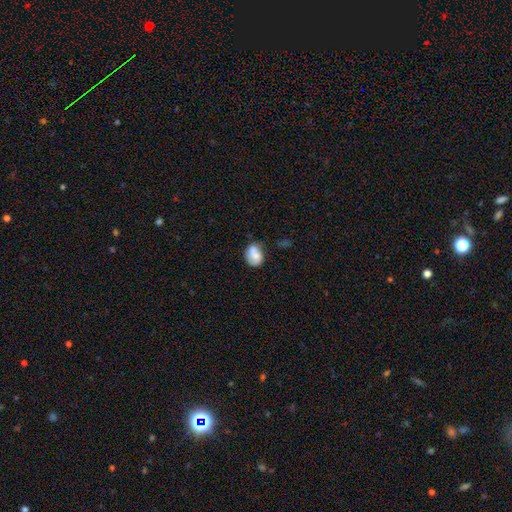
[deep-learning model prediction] Smooth or featured? Predicted: smooth (p=0.66). How rounded? Predicted: in between (p=0.54). Merging? Predicted: none (p=0.53).